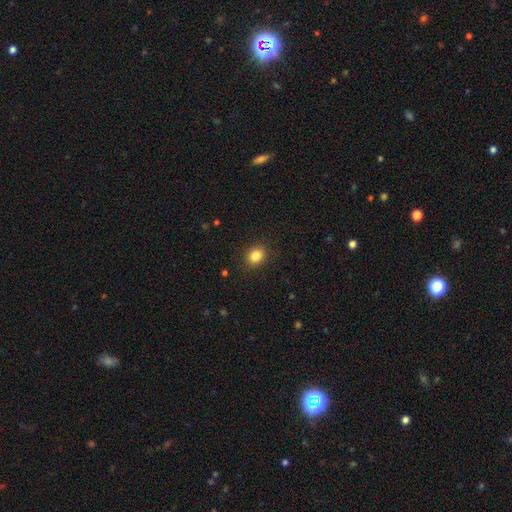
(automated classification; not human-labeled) The model was most divided on "how rounded": round: 58%, in between: 41%, cigar-shaped: 1%. More confident: merging — none (89%); smooth or featured — smooth (84%).